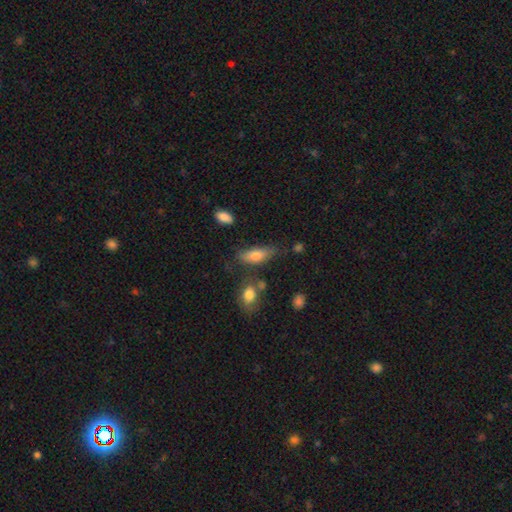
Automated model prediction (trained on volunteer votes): A smooth galaxy with no disk features (75%) that is in between round and cigar-shaped (67%). Merging: none (56%).